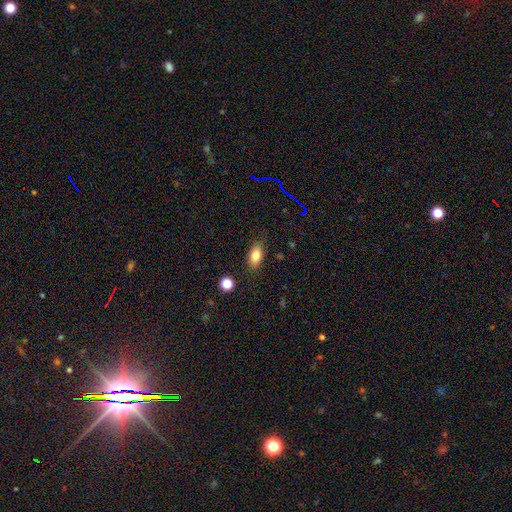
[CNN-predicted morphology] A smooth galaxy with no disk features (80%) that is in between round and cigar-shaped (85%).

Vote fractions:
- Smooth or featured? smooth: 80% / featured or disk: 10% / star or artifact: 9%
- How rounded? in between: 85% / cigar-shaped: 8% / round: 7%
- Merging? none: 83% / minor disturbance: 12% / major disturbance: 3% / merger: 2%